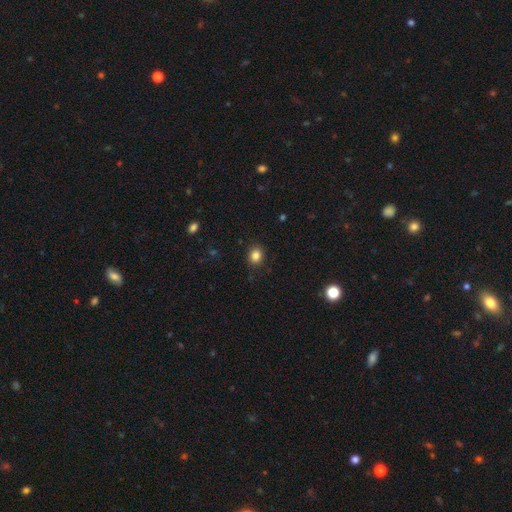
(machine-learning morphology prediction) Q: Smooth or featured?
A: smooth (84%); runner-up: star or artifact (11%)
Q: How rounded?
A: round (66%); runner-up: in between (33%)
Q: Merging?
A: none (89%); runner-up: minor disturbance (8%)